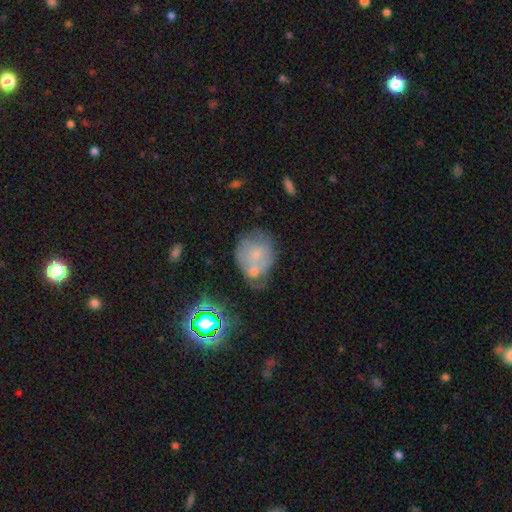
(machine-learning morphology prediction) smooth_or_featured: smooth (p=0.52) [alt: featured or disk p=0.34]
how_rounded: round (p=0.63) [alt: in between p=0.35]
merging: merger (p=0.42) [alt: none p=0.28]